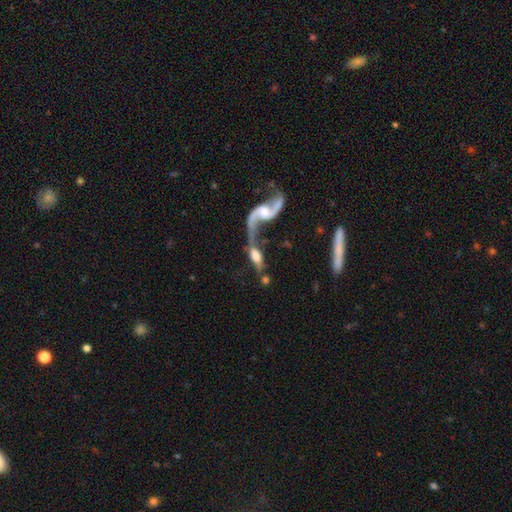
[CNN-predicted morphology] Overall: featured or disk (60%; smooth 32%). Edge-on disk: no (78%). Merging: merger (64%).